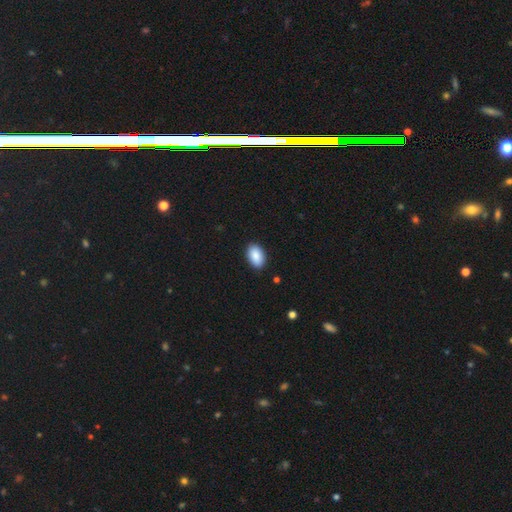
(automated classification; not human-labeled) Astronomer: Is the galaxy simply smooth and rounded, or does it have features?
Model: smooth — 90%.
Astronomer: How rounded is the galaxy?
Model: in between — 92%.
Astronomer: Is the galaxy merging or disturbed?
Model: none — 89%.